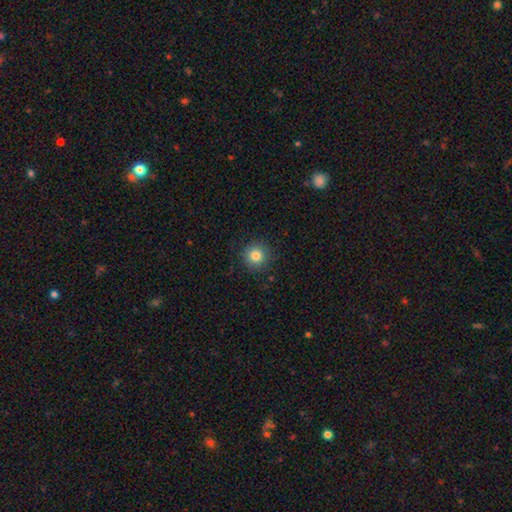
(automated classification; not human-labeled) This is clearly a smooth galaxy (82%). How rounded: clearly round (94%). Merging: clearly none (89%).